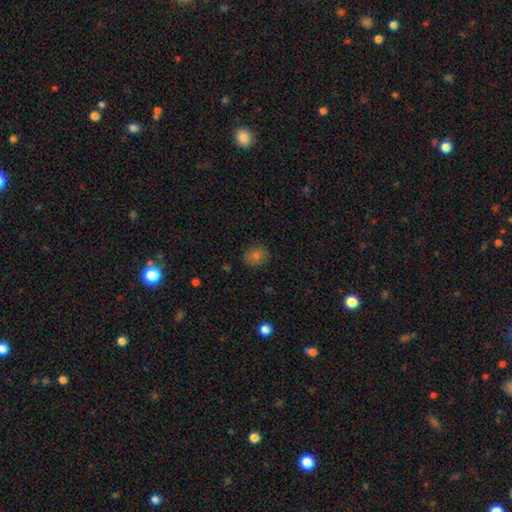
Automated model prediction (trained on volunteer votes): smooth 75%, star or artifact 16%, featured or disk 9%. Down the decision tree: how rounded — round (54%); merging — none (85%).